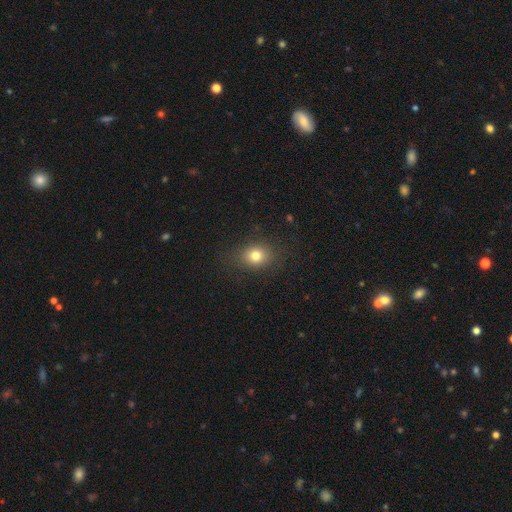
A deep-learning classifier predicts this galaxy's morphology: Smooth or featured?
  - smooth: 77% *
  - star or artifact: 14%
  - featured or disk: 9%
How rounded?
  - round: 55% *
  - in between: 44%
  - cigar-shaped: 1%
Merging?
  - none: 84% *
  - minor disturbance: 10%
  - major disturbance: 4%
  - merger: 1%